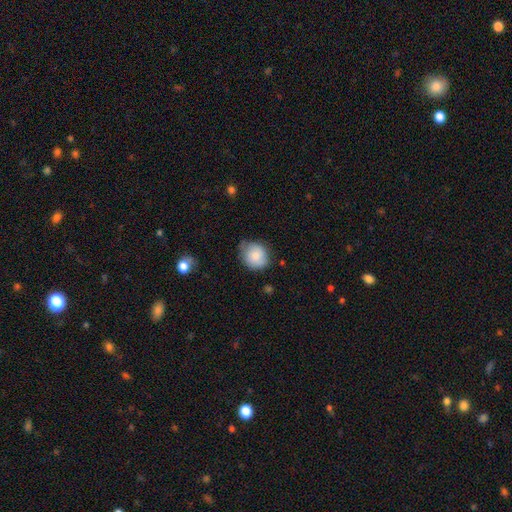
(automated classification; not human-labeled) The model was most divided on "merging": none: 59%, minor disturbance: 33%, major disturbance: 6%, merger: 2%. More confident: smooth or featured — smooth (82%); how rounded — round (70%).